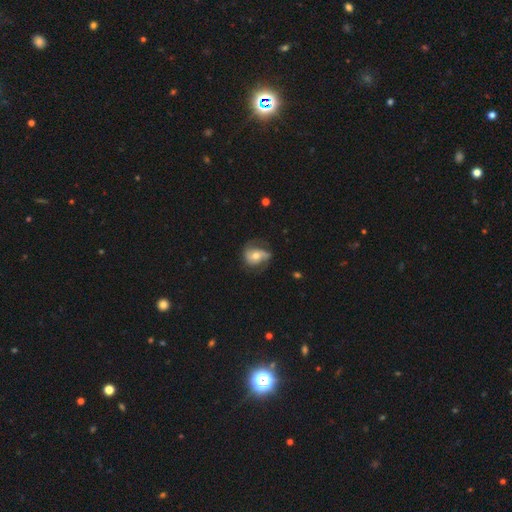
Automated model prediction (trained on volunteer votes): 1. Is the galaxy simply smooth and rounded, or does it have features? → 64% featured or disk, 29% smooth, 7% star or artifact.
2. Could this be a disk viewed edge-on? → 96% no, 4% yes.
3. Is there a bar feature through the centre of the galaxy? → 60% no, 27% weak, 13% strong.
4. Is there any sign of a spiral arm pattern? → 85% yes, 15% no.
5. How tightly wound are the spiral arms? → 42% medium, 34% loose, 24% tight.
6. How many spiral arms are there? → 69% 2, 12% can't tell, 10% 1, 6% 3, 2% 4, 1% more than 4.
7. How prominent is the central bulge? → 64% moderate, 28% small, 6% large, 1% none, 1% dominant.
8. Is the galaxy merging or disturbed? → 56% none, 25% minor disturbance, 18% major disturbance, 2% merger.